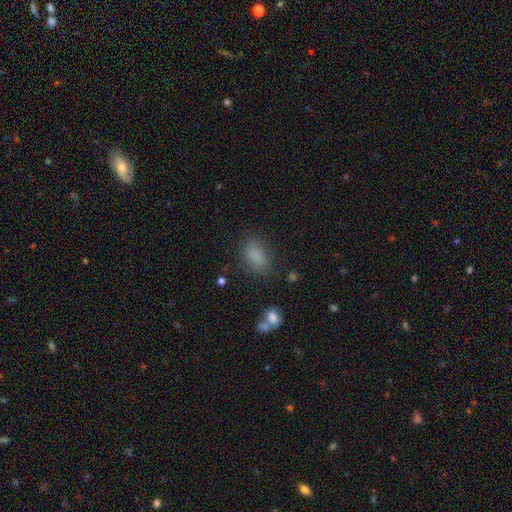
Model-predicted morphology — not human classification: This appears to be a smooth galaxy with no disk features (83%) that is in between round and cigar-shaped (86%). Merging: none (79%).